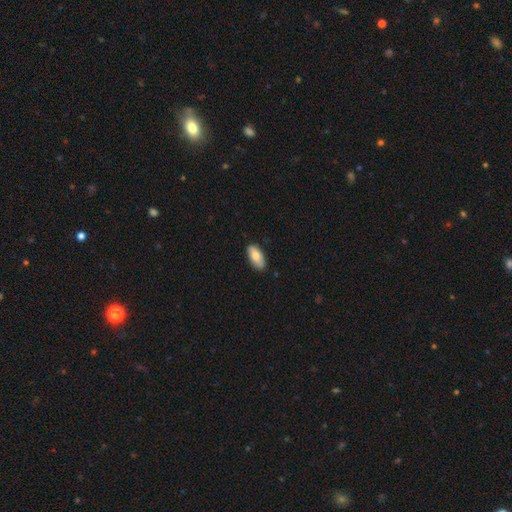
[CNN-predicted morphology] type=smooth (77%); roundness=in between (88%); merging=none (86%).